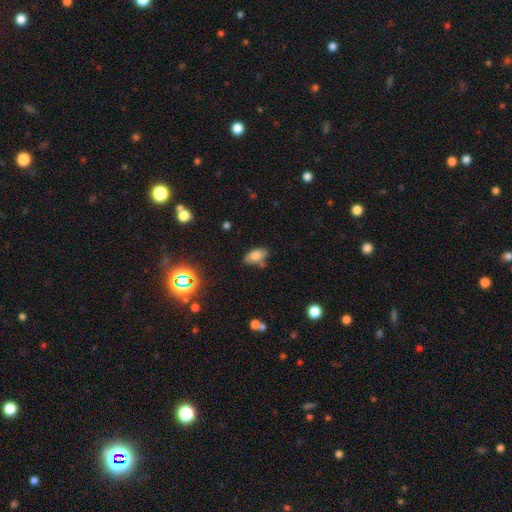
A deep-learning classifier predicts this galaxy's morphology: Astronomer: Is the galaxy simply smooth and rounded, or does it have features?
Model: smooth — 76%.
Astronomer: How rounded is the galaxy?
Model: in between — 90%.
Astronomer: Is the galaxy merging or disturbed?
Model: none — 64%.